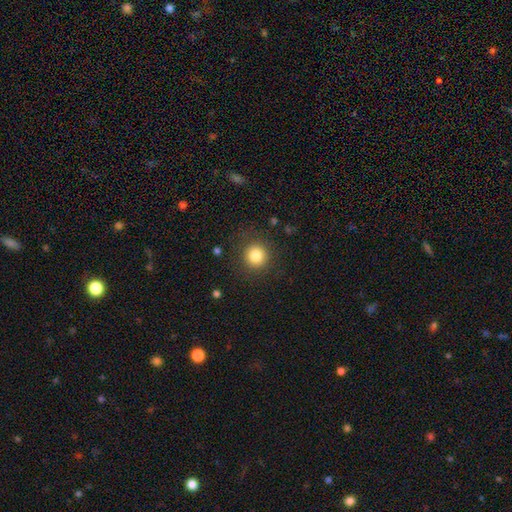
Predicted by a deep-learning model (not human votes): Smooth or featured? smooth (82%)
How rounded? round (92%)
Merging? none (87%)